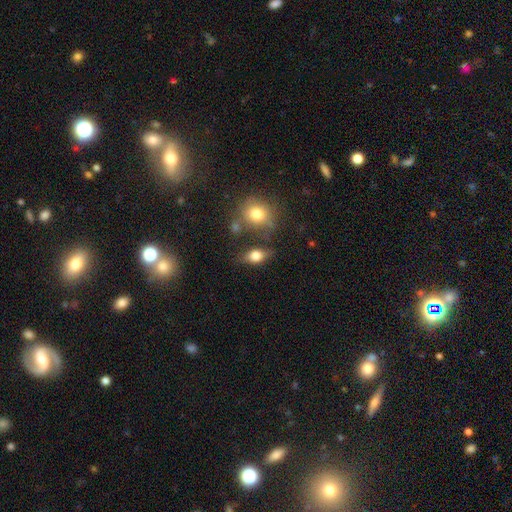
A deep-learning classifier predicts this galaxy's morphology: The model was most divided on "merging": none: 67%, minor disturbance: 18%, merger: 8%, major disturbance: 7%. More confident: how rounded — in between (76%); smooth or featured — smooth (76%).